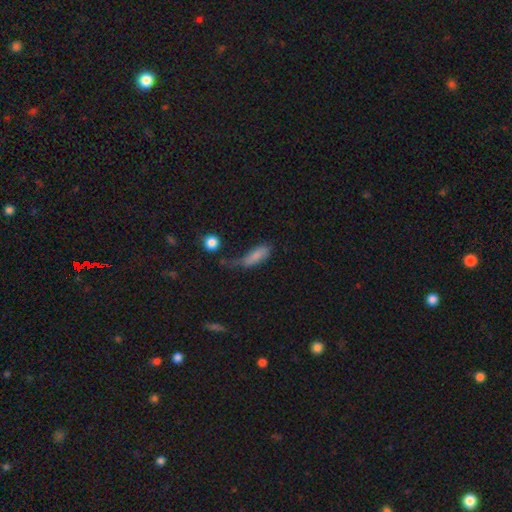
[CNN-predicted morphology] Smooth or featured: smooth — 78% (featured or disk — 13%)
How rounded: in between — 65% (cigar-shaped — 31%)
Merging: minor disturbance — 32% (none — 31%)